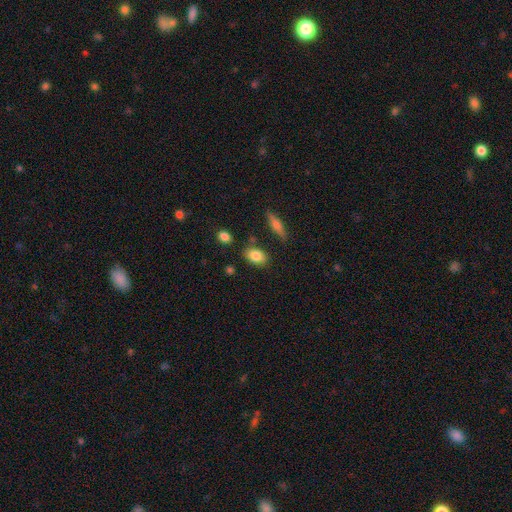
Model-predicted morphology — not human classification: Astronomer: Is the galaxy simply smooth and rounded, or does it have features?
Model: smooth — 84%.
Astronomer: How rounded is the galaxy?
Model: in between — 82%.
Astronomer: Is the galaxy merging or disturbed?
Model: none — 79%.